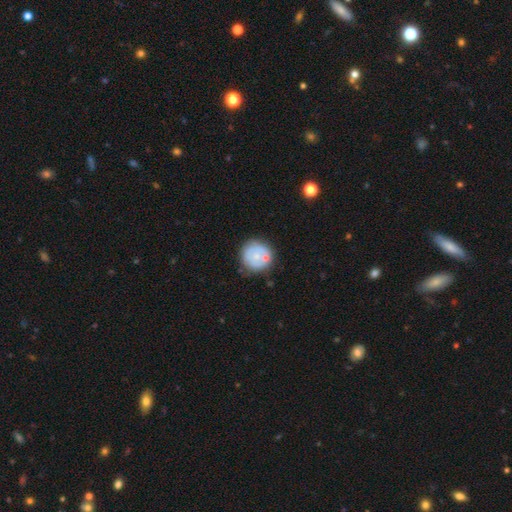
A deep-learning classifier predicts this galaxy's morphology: This is possibly a smooth galaxy (58%). How rounded: clearly round (93%). Merging: likely none (69%).